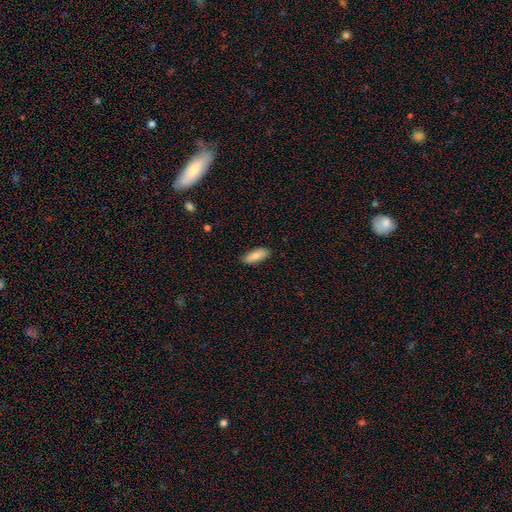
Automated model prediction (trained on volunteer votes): This appears to be a smooth galaxy with no disk features (82%) that is in between round and cigar-shaped (75%). Merging: none (87%).